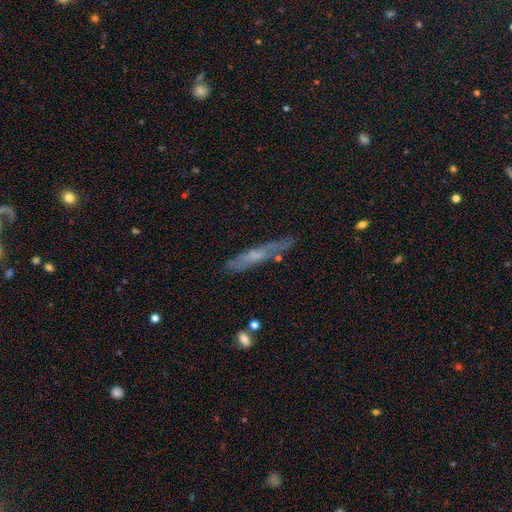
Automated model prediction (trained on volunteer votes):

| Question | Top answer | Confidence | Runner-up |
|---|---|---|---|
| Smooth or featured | featured or disk | 52% | smooth (39%) |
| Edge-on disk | yes | 72% | no (28%) |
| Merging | none | 72% | minor disturbance (19%) |